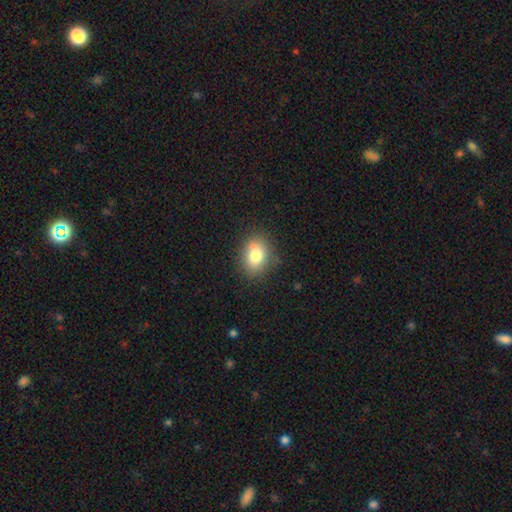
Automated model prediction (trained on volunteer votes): Smooth or featured?
  - smooth: 78% *
  - featured or disk: 12%
  - star or artifact: 10%
How rounded?
  - in between: 60% *
  - round: 39%
  - cigar-shaped: 1%
Merging?
  - none: 77% *
  - minor disturbance: 16%
  - major disturbance: 4%
  - merger: 3%